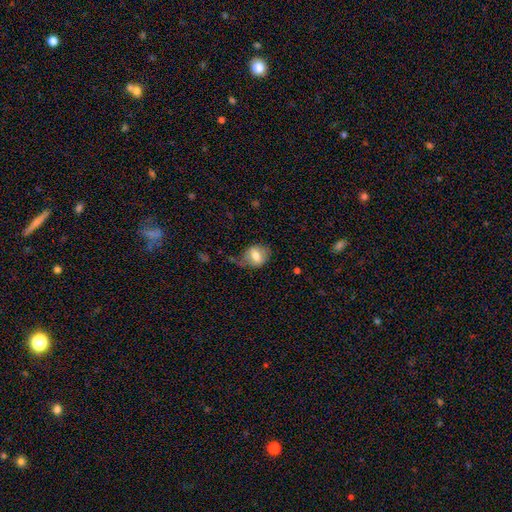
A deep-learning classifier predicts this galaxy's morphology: smooth_or_featured: smooth (p=0.66) [alt: featured or disk p=0.26]
how_rounded: round (p=0.49) [tied with: in between p=0.49]
merging: none (p=0.58) [alt: minor disturbance p=0.26]